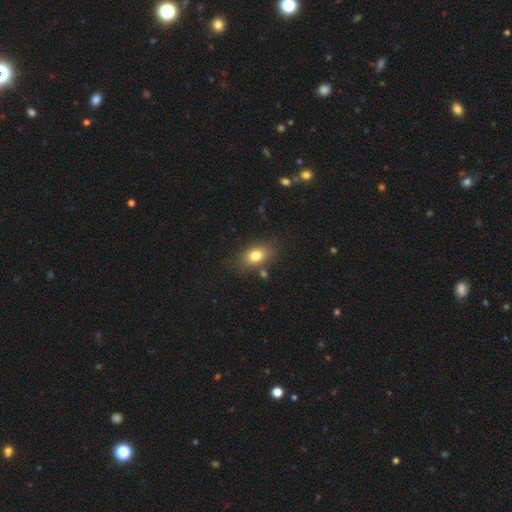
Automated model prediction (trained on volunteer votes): Smooth or featured?
  - smooth: 79% *
  - featured or disk: 12%
  - star or artifact: 9%
How rounded?
  - in between: 80% *
  - round: 18%
  - cigar-shaped: 2%
Merging?
  - none: 76% *
  - minor disturbance: 14%
  - merger: 6%
  - major disturbance: 4%